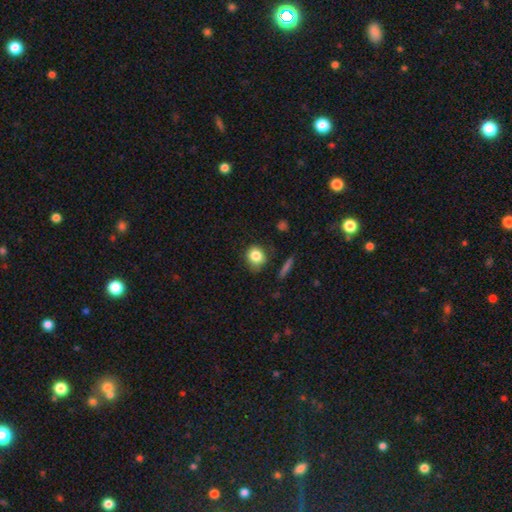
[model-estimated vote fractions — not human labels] This is clearly a smooth galaxy (82%). How rounded: likely round (71%). Merging: likely none (70%).